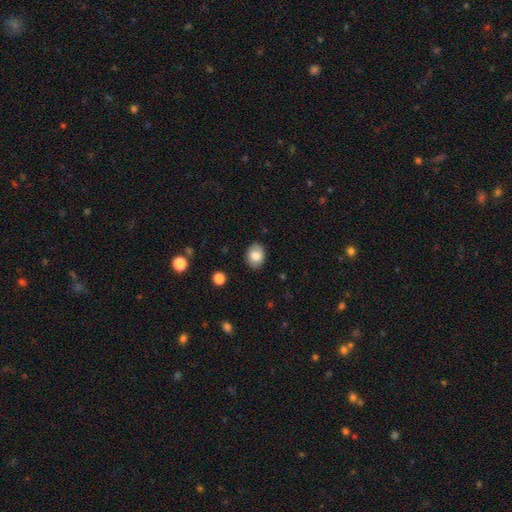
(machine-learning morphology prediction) Smooth or featured: smooth — 81% (featured or disk — 11%)
How rounded: in between — 62% (round — 37%)
Merging: none — 86% (minor disturbance — 11%)